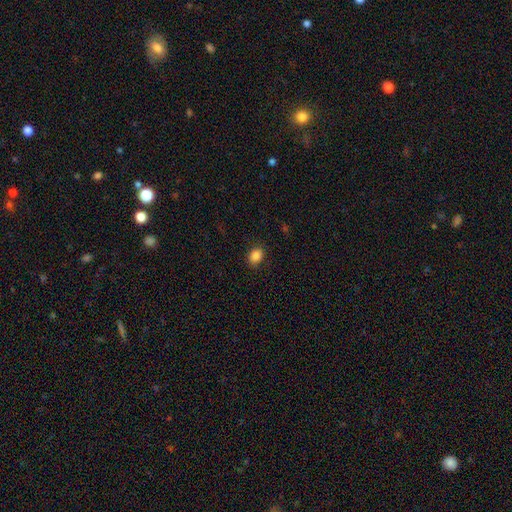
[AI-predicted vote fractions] Smooth or featured: smooth — 85% (star or artifact — 10%)
How rounded: in between — 63% (round — 36%)
Merging: none — 87% (minor disturbance — 9%)